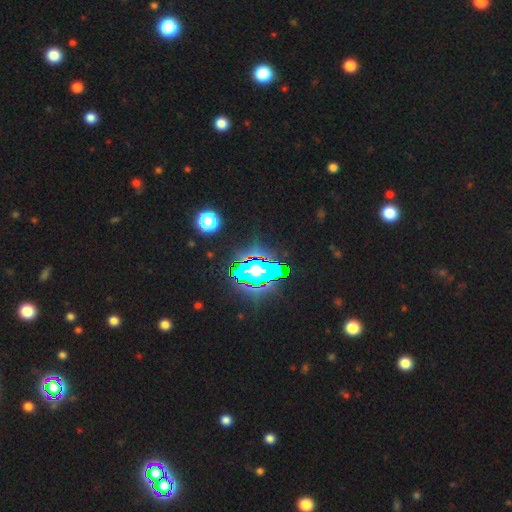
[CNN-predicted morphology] star or artifact 83%, smooth 10%, featured or disk 7%.